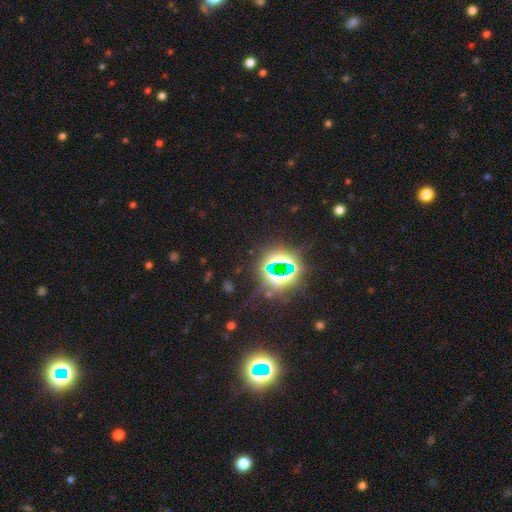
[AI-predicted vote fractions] A star or artifact, not a galaxy (83%).